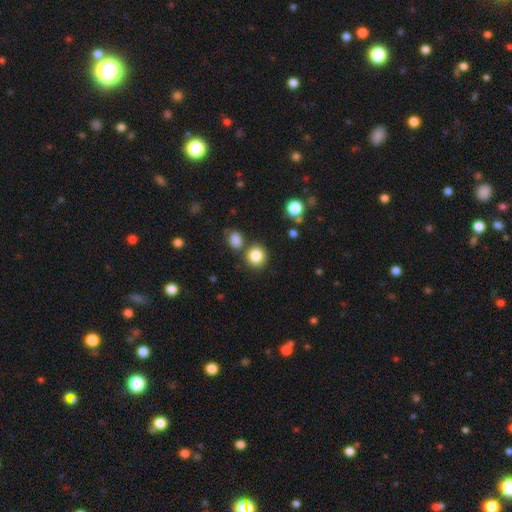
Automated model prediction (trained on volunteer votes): Overall: smooth (84%). How rounded: round (87%). Merging: none (76%).